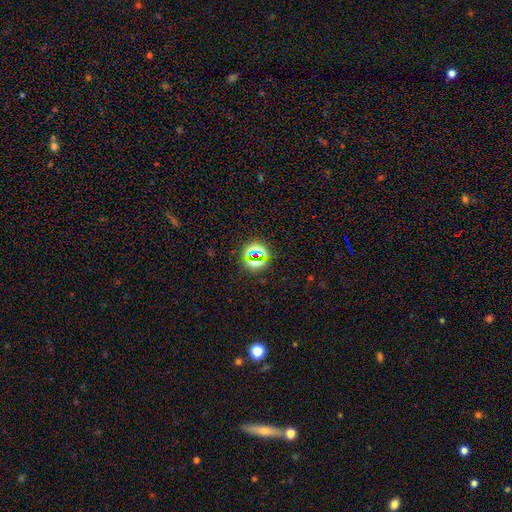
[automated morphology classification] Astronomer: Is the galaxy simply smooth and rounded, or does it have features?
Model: star or artifact — 63%.